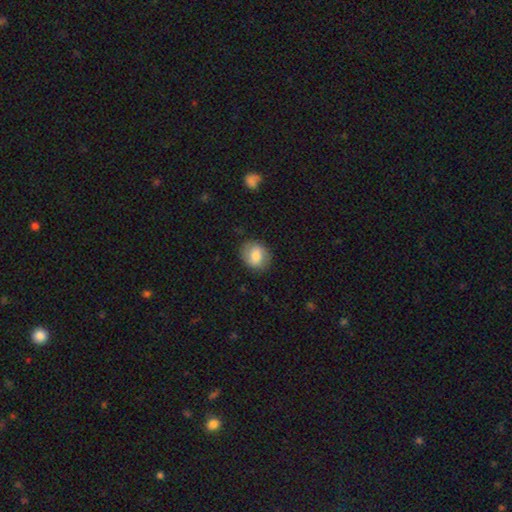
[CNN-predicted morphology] type=smooth (78%); roundness=round (56%); merging=none (82%).